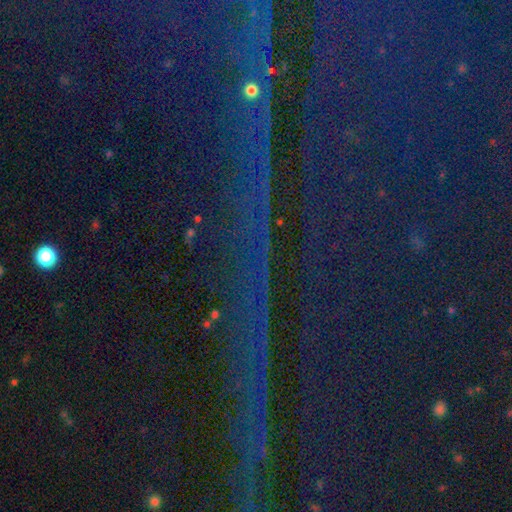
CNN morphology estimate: This is clearly a star or artifact rather than a galaxy (87%).